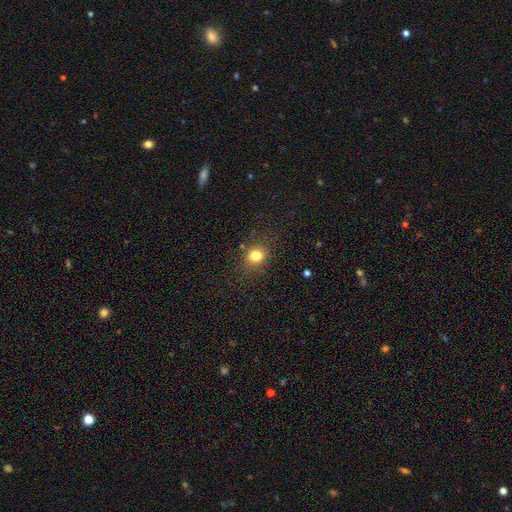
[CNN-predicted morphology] A smooth galaxy with no disk features (80%) that is round (63%).

Vote fractions:
- Smooth or featured? smooth: 80% / star or artifact: 13% / featured or disk: 7%
- How rounded? round: 63% / in between: 36% / cigar-shaped: 1%
- Merging? none: 82% / minor disturbance: 12% / major disturbance: 4% / merger: 2%